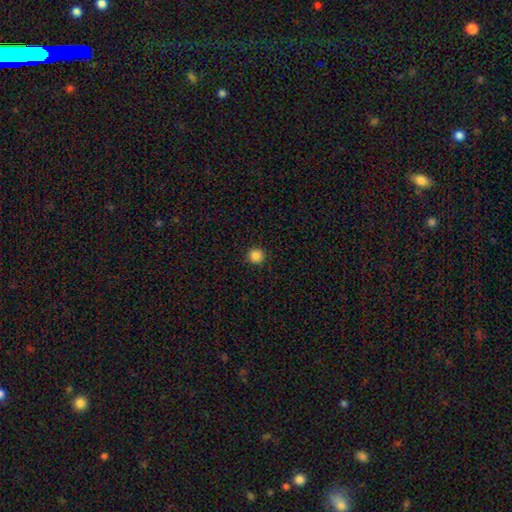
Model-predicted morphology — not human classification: A smooth galaxy with no disk features (85%) that is round (95%). Merging: none (93%).